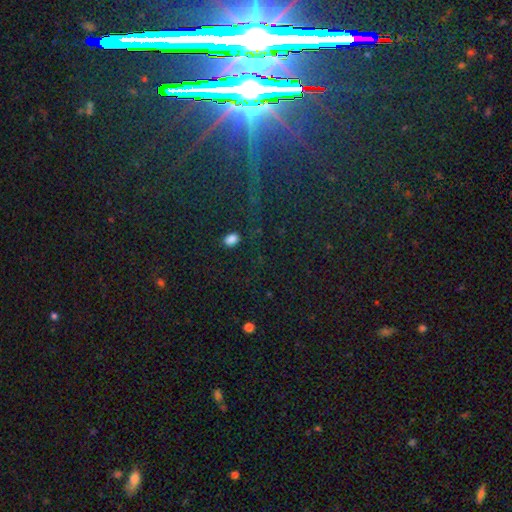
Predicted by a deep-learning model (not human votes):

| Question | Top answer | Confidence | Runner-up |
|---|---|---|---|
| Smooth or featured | star or artifact | 81% | featured or disk (11%) |